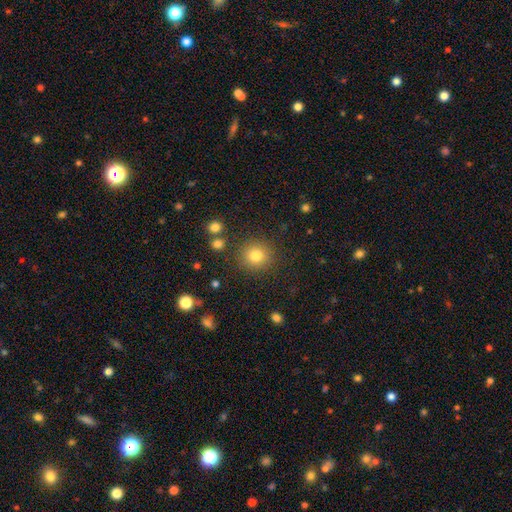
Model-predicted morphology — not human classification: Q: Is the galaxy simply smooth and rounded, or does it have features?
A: smooth — 82%.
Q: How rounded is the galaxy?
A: round — 91%.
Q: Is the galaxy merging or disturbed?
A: none — 87%.